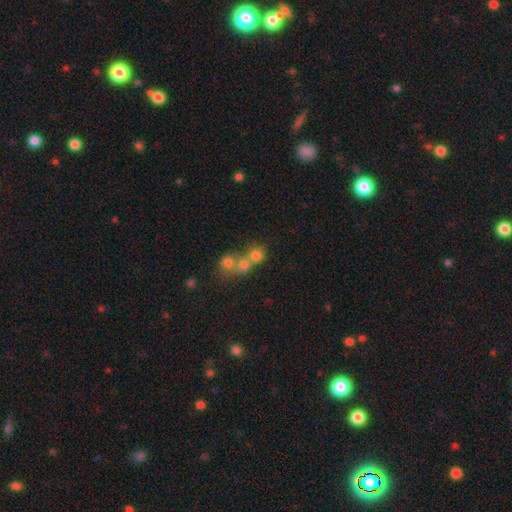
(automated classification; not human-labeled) Smooth or featured?
  - smooth: 73% *
  - star or artifact: 15%
  - featured or disk: 12%
How rounded?
  - round: 85% *
  - in between: 14%
  - cigar-shaped: 1%
Merging?
  - merger: 49% *
  - none: 42%
  - minor disturbance: 6%
  - major disturbance: 4%